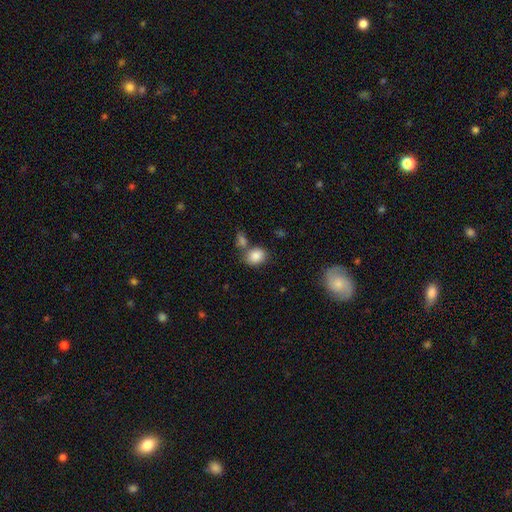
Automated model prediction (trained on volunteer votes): Smooth or featured?
  - smooth: 85% *
  - star or artifact: 8%
  - featured or disk: 6%
How rounded?
  - in between: 54% *
  - round: 45%
  - cigar-shaped: 1%
Merging?
  - none: 60% *
  - merger: 23%
  - minor disturbance: 13%
  - major disturbance: 4%